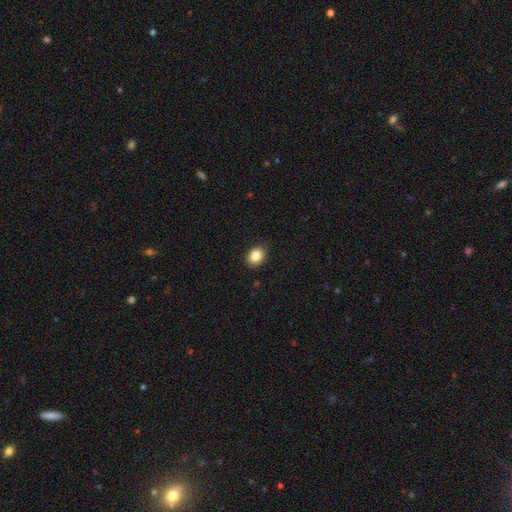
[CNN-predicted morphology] This is clearly a smooth galaxy (86%). How rounded: possibly in between (59%). Merging: clearly none (87%).